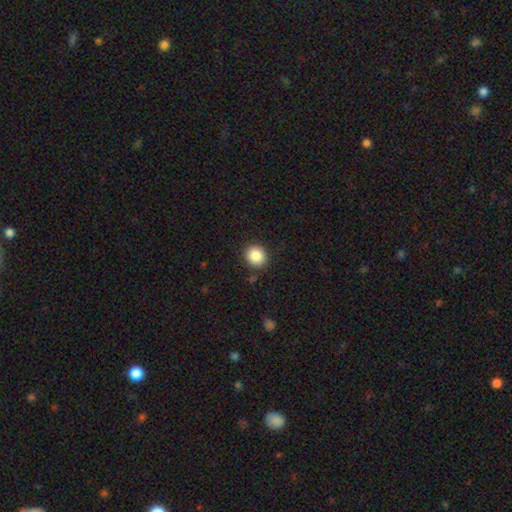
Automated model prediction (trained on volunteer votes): A smooth galaxy with no disk features (87%) that is round (82%). Merging: none (88%).